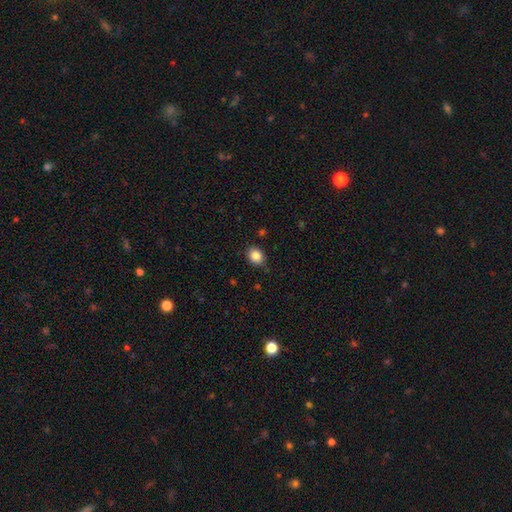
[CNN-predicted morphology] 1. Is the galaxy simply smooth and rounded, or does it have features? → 86% smooth, 9% star or artifact, 5% featured or disk.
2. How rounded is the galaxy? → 53% in between, 47% round, 1% cigar-shaped.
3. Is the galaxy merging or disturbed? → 85% none, 12% minor disturbance, 2% major disturbance, 1% merger.